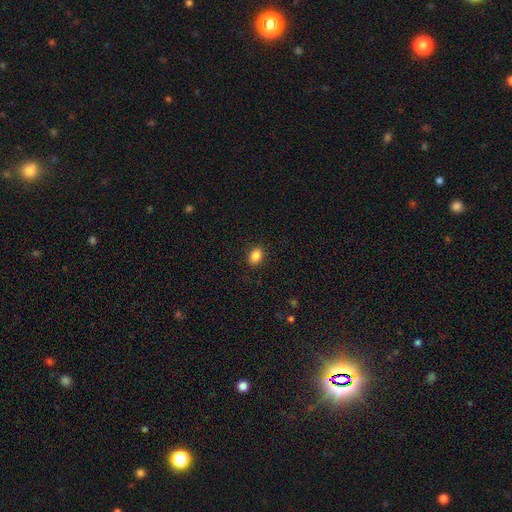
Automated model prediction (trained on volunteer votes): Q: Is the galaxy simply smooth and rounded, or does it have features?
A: smooth — 87%.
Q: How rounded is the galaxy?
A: in between — 67%.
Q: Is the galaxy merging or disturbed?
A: none — 89%.